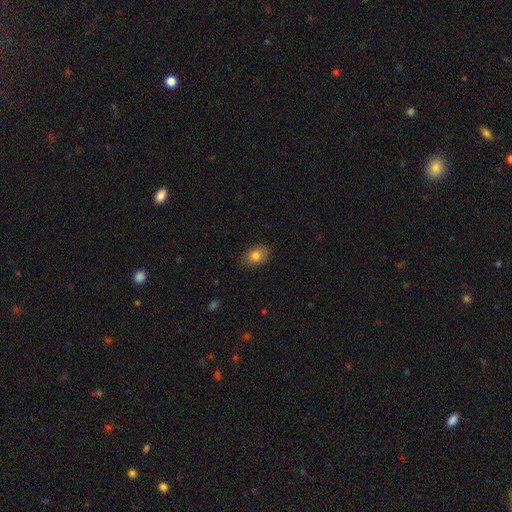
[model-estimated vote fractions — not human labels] Overall: smooth (81%). How rounded: in between (81%). Merging: none (83%).